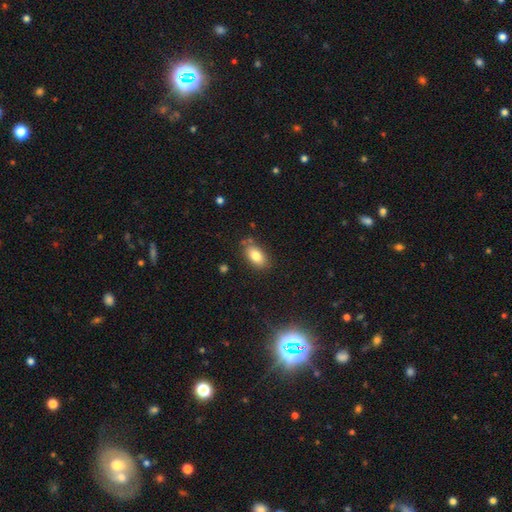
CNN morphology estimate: Q: Smooth or featured?
A: smooth (82%); runner-up: featured or disk (10%)
Q: How rounded?
A: in between (90%); runner-up: round (6%)
Q: Merging?
A: none (79%); runner-up: minor disturbance (14%)